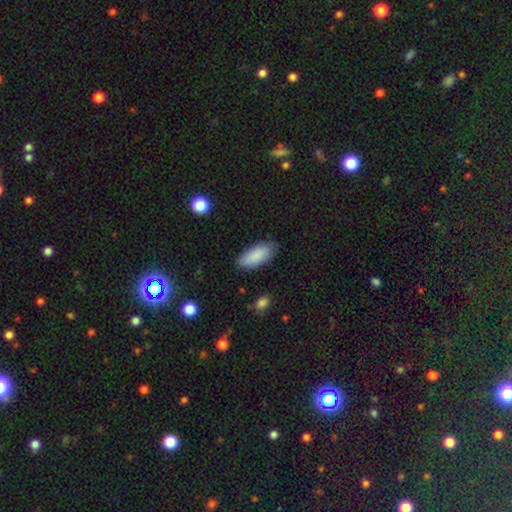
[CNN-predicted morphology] The model was most divided on "merging": none: 82%, minor disturbance: 14%, major disturbance: 3%, merger: 1%. More confident: smooth or featured — smooth (88%); how rounded — in between (87%).